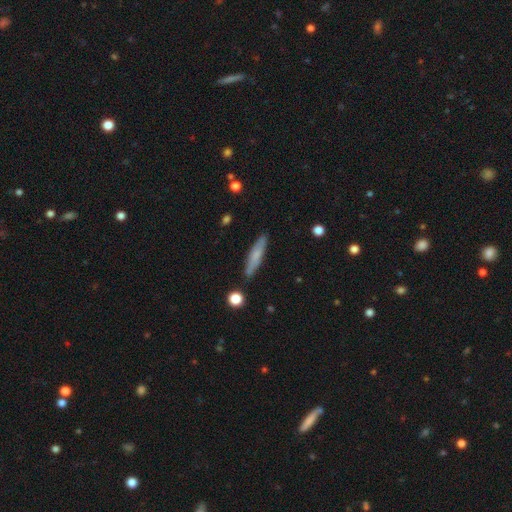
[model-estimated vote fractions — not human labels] smooth_or_featured: smooth (p=0.66) [alt: featured or disk p=0.27]
how_rounded: cigar-shaped (p=0.87) [alt: in between p=0.11]
merging: none (p=0.84) [alt: minor disturbance p=0.11]